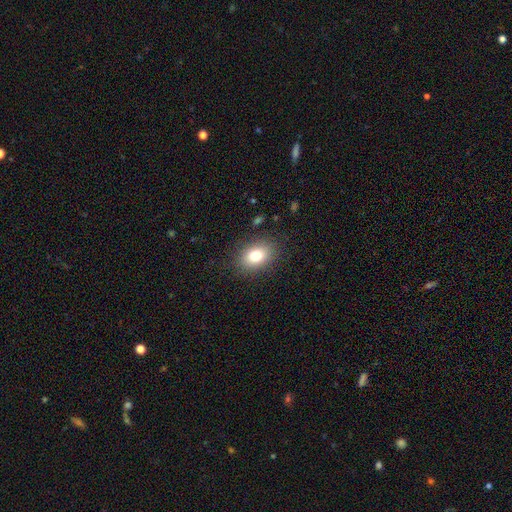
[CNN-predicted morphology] A smooth galaxy with no disk features (79%) that is in between round and cigar-shaped (76%).

Vote fractions:
- Smooth or featured? smooth: 79% / featured or disk: 11% / star or artifact: 10%
- How rounded? in between: 76% / round: 23% / cigar-shaped: 1%
- Merging? none: 86% / minor disturbance: 10% / major disturbance: 3% / merger: 1%